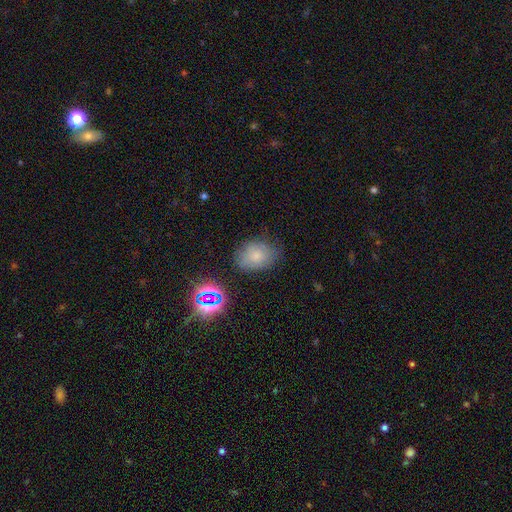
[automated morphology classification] Smooth or featured: smooth — 72% (star or artifact — 16%)
How rounded: in between — 63% (round — 35%)
Merging: none — 71% (minor disturbance — 20%)